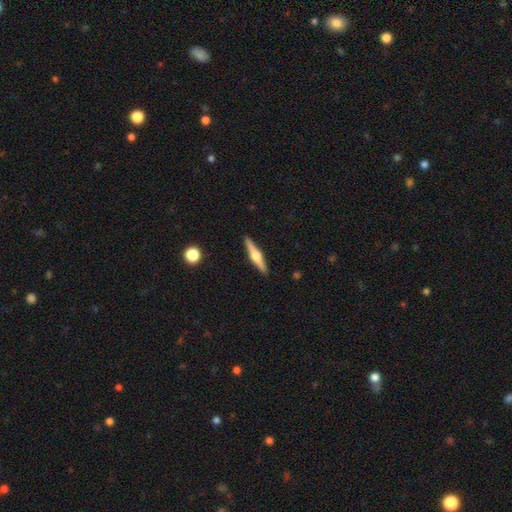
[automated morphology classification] smooth_or_featured: featured or disk (p=0.70) [alt: smooth p=0.24]
disk_edge_on: yes (p=0.98) [alt: no p=0.02]
edge_on_bulge: rounded (p=0.92) [alt: boxy p=0.06]
merging: none (p=0.92) [alt: minor disturbance p=0.06]